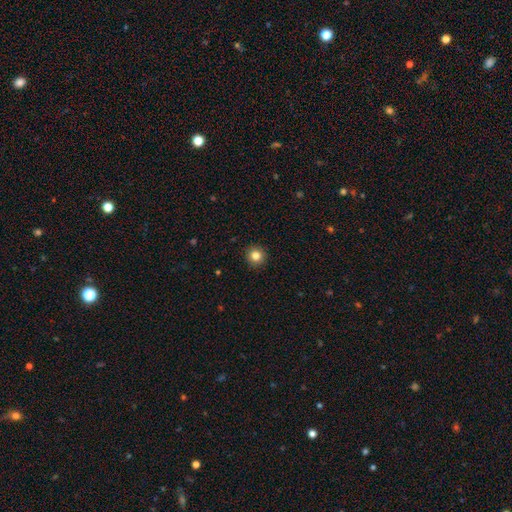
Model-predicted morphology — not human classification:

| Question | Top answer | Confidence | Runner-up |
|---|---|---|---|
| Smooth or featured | smooth | 82% | star or artifact (11%) |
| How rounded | round | 94% | in between (5%) |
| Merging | none | 93% | minor disturbance (5%) |